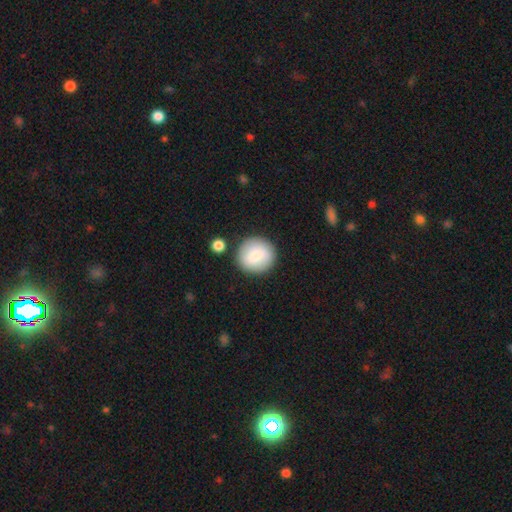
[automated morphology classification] smooth_or_featured: smooth (p=0.78) [alt: featured or disk p=0.16]
how_rounded: round (p=0.91) [alt: in between p=0.08]
merging: none (p=0.82) [alt: minor disturbance p=0.09]